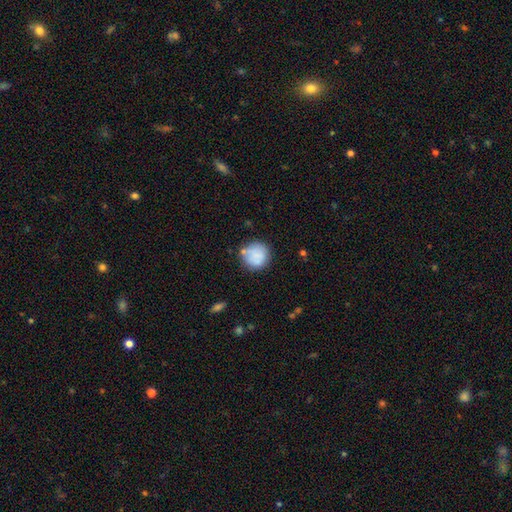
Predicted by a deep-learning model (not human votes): Smooth or featured: smooth — 82% (featured or disk — 10%)
How rounded: round — 91% (in between — 8%)
Merging: none — 69% (minor disturbance — 17%)